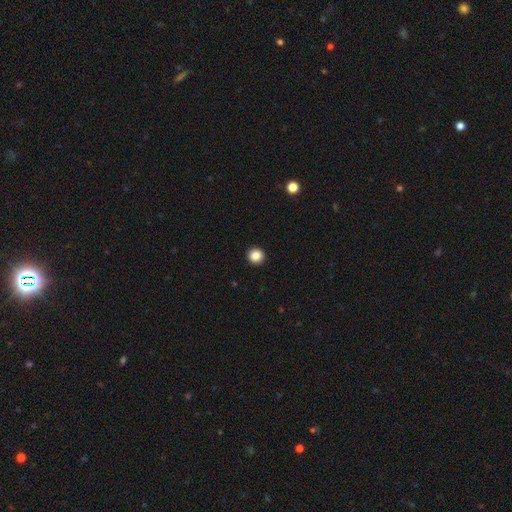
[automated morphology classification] Smooth or featured: smooth — 86% (star or artifact — 10%)
How rounded: round — 94% (in between — 5%)
Merging: none — 94% (minor disturbance — 4%)